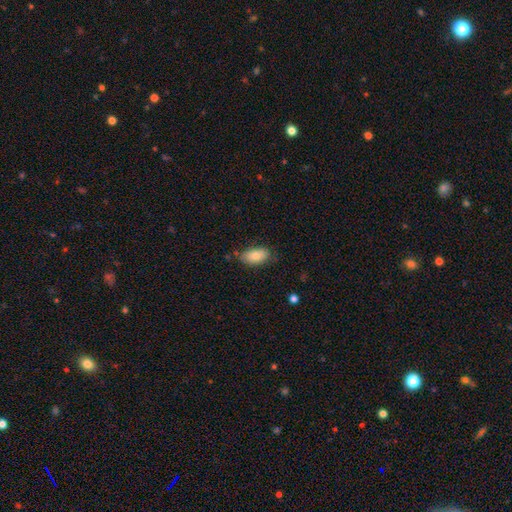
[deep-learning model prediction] Smooth or featured? smooth (83%)
How rounded? in between (93%)
Merging? none (75%)